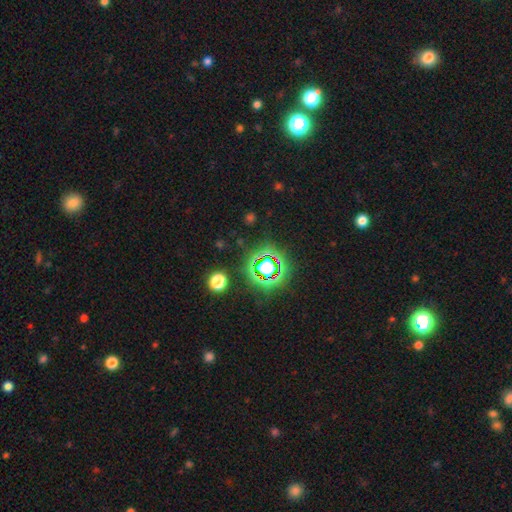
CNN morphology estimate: A star or artifact, not a galaxy (78%).

Vote fractions:
- Smooth or featured? star or artifact: 78% / smooth: 15% / featured or disk: 7%